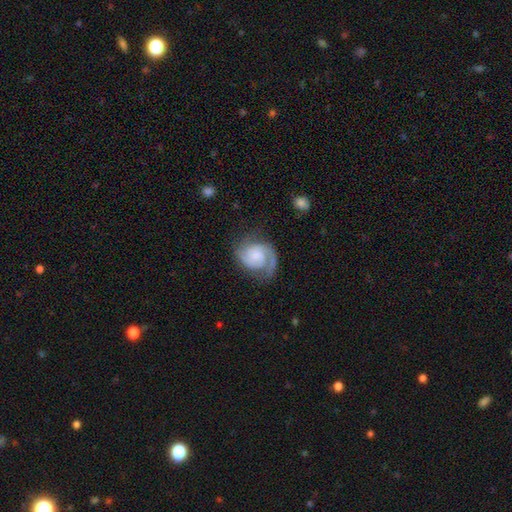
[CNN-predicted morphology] This appears to be a featured or disk galaxy (82%) with no bar (65%), 2 (65%) medium (43%) spiral arms (96%) and a small central bulge (36%). Merging: none (63%).